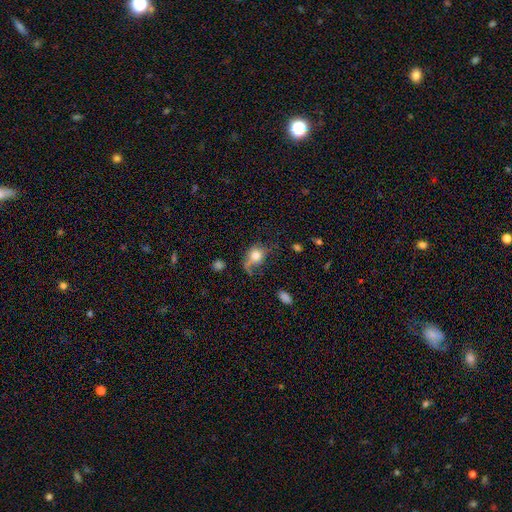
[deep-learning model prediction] Smooth or featured?
  - smooth: 71% *
  - featured or disk: 19%
  - star or artifact: 10%
How rounded?
  - round: 55% *
  - in between: 43%
  - cigar-shaped: 2%
Merging?
  - none: 37% *
  - major disturbance: 29%
  - minor disturbance: 27%
  - merger: 7%